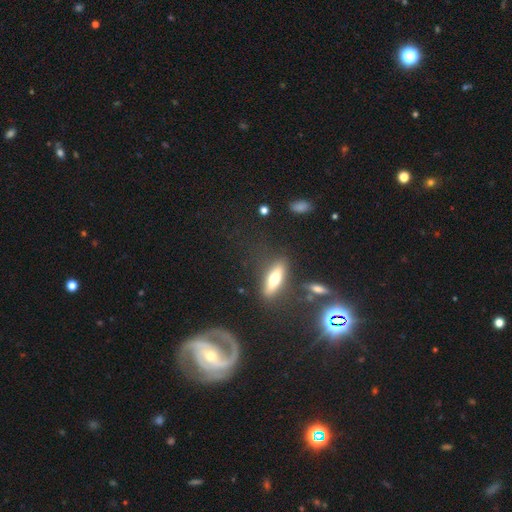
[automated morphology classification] featured or disk 61%, smooth 25%, star or artifact 14%. Down the decision tree: edge-on disk — no (57%); merging — none (68%).